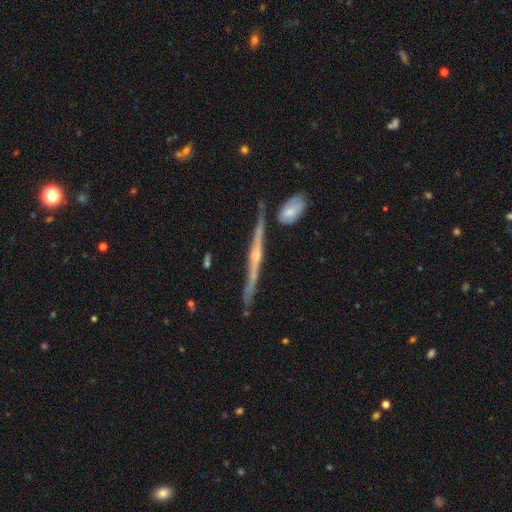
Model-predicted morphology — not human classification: Smooth or featured? Predicted: featured or disk (p=0.85). Edge-on disk? Predicted: yes (p=0.98). Edge-on bulge? Predicted: rounded (p=0.77). Merging? Predicted: none (p=0.80).